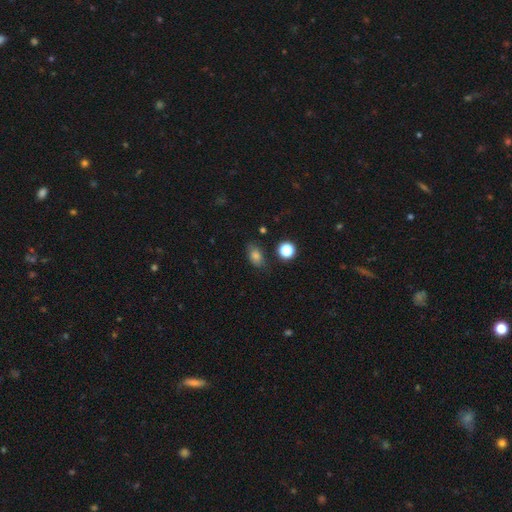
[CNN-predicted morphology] This is likely a smooth galaxy (79%). How rounded: likely in between (80%). Merging: likely none (76%).